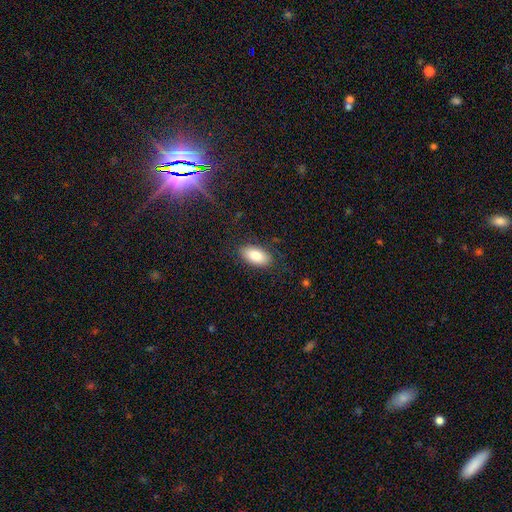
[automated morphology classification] Smooth or featured?
  - smooth: 86% *
  - featured or disk: 7%
  - star or artifact: 7%
How rounded?
  - in between: 93% *
  - cigar-shaped: 4%
  - round: 3%
Merging?
  - none: 83% *
  - minor disturbance: 12%
  - major disturbance: 4%
  - merger: 1%